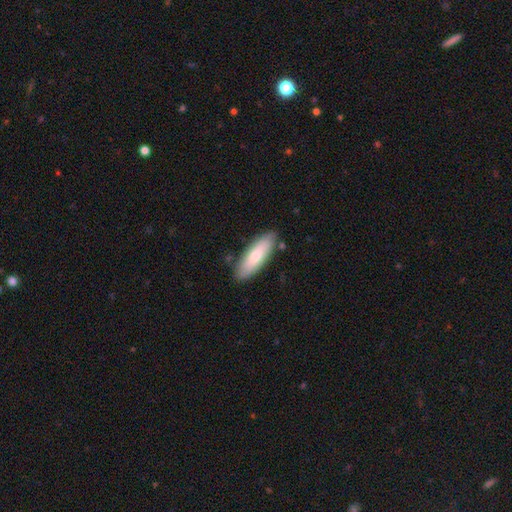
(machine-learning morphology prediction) Smooth or featured: smooth — 73% (featured or disk — 22%)
How rounded: in between — 55% (cigar-shaped — 44%)
Merging: none — 83% (minor disturbance — 12%)